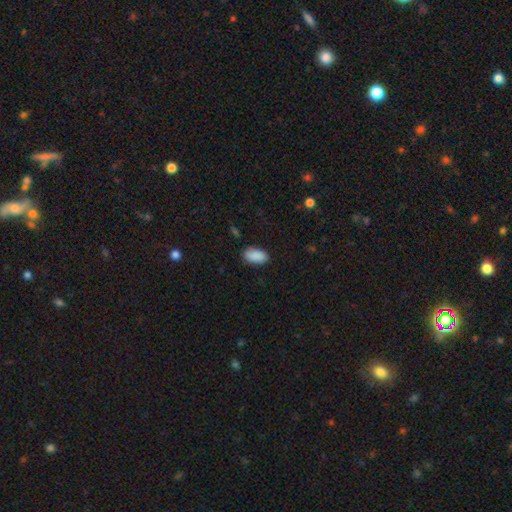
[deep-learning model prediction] A smooth galaxy with no disk features (90%) that is in between round and cigar-shaped (94%).

Vote fractions:
- Smooth or featured? smooth: 90% / star or artifact: 7% / featured or disk: 4%
- How rounded? in between: 94% / cigar-shaped: 3% / round: 3%
- Merging? none: 84% / minor disturbance: 12% / major disturbance: 3% / merger: 1%